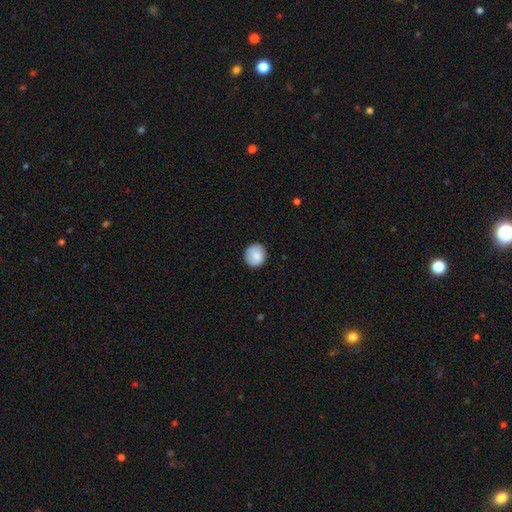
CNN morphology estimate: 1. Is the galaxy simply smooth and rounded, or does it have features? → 86% smooth, 7% star or artifact, 7% featured or disk.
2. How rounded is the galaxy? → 91% round, 8% in between, 1% cigar-shaped.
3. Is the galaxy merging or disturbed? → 87% none, 10% minor disturbance, 2% major disturbance, 1% merger.